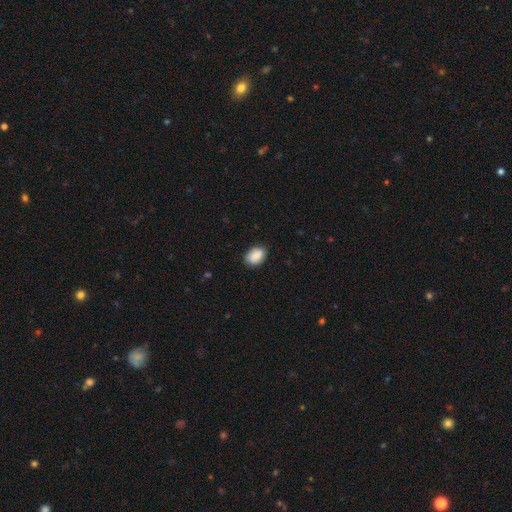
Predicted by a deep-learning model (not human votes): The model was most divided on "how rounded": in between: 74%, round: 24%, cigar-shaped: 1%. More confident: smooth or featured — smooth (85%); merging — none (83%).